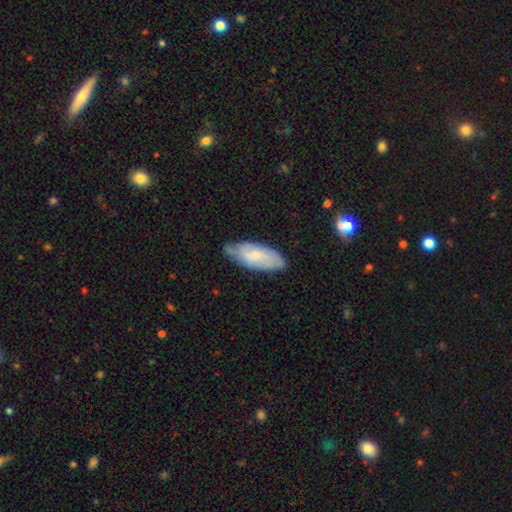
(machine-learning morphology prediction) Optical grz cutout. It shows a smooth galaxy with no disk features (53%) that is in between round and cigar-shaped (81%). Merging: none (63%).